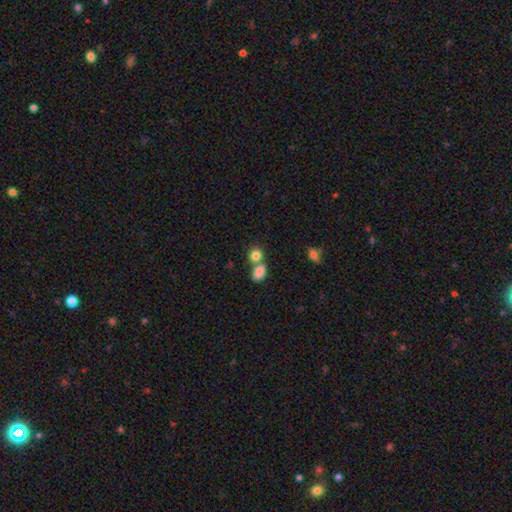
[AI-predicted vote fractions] Smooth or featured? smooth (83%)
How rounded? round (58%)
Merging? none (45%)